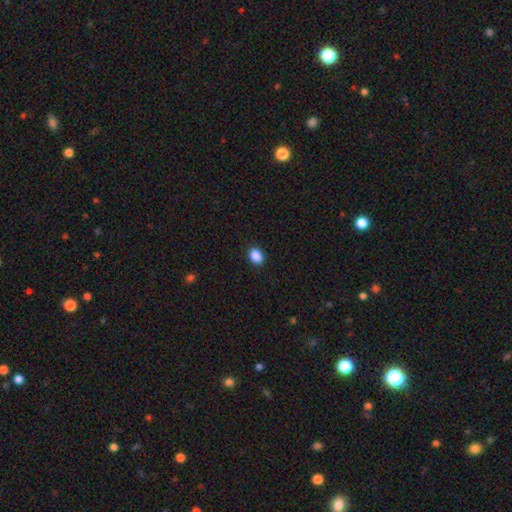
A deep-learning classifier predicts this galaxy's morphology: smooth-or-featured: smooth: 89% | star or artifact: 8% | featured or disk: 2%
  how-rounded: in between: 63% | round: 36% | cigar-shaped: 1%
  merging: none: 90% | minor disturbance: 7% | major disturbance: 2% | merger: 1%